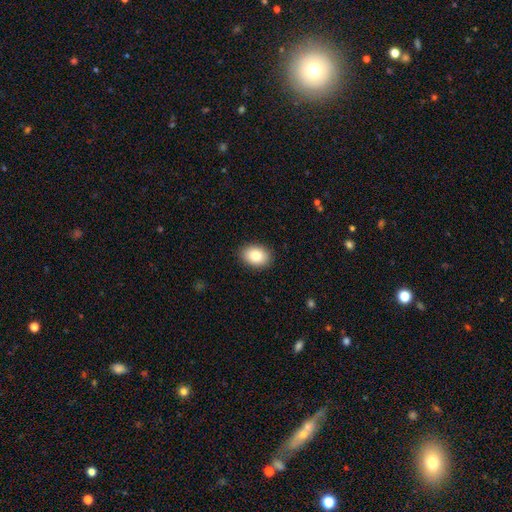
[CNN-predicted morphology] smooth 85%, star or artifact 8%, featured or disk 7%. Down the decision tree: how rounded — in between (77%); merging — none (90%).